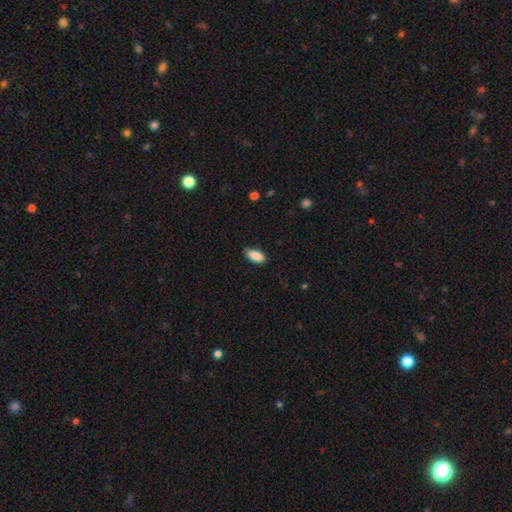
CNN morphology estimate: Q: Smooth or featured?
A: smooth (89%); runner-up: star or artifact (7%)
Q: How rounded?
A: in between (90%); runner-up: cigar-shaped (8%)
Q: Merging?
A: none (82%); runner-up: minor disturbance (15%)